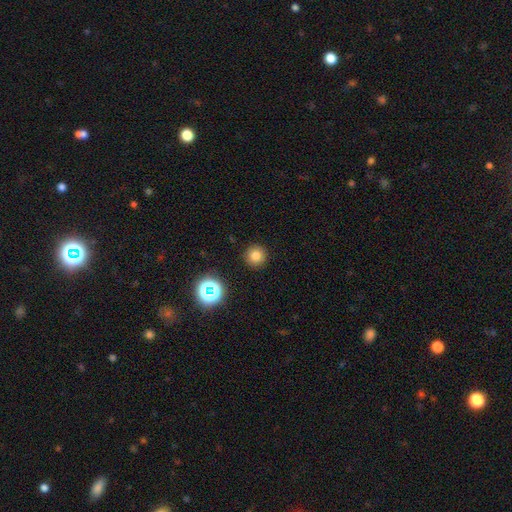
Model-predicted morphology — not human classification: type=smooth (76%); roundness=round (96%); merging=none (92%).